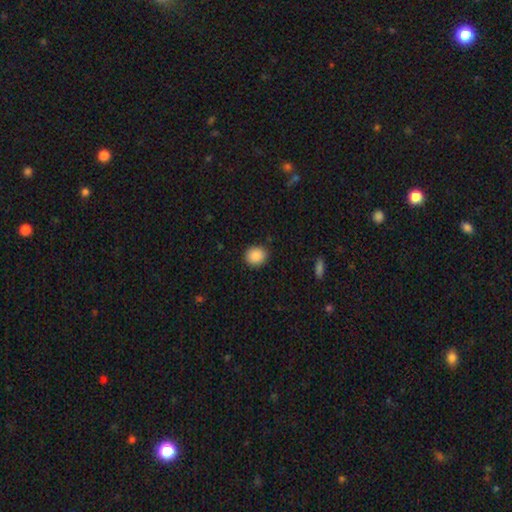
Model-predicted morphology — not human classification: type=smooth (89%); roundness=round (79%); merging=none (87%).